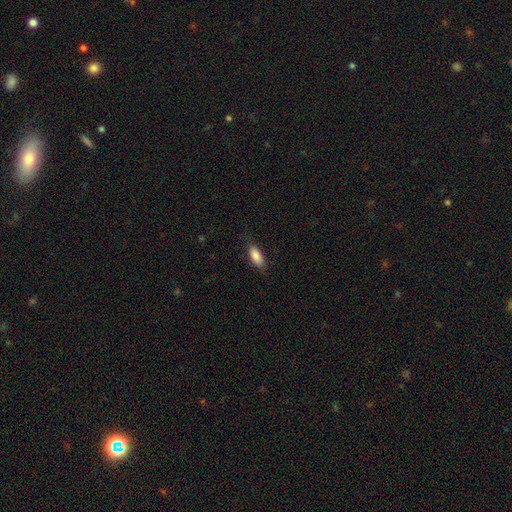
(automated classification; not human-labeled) Smooth or featured? Predicted: smooth (p=0.86). How rounded? Predicted: in between (p=0.82). Merging? Predicted: none (p=0.79).